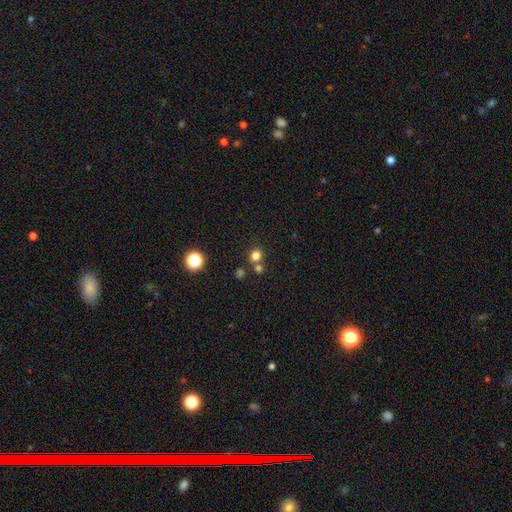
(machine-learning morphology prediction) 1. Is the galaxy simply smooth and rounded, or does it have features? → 76% smooth, 18% star or artifact, 6% featured or disk.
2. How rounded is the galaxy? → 82% round, 17% in between, 1% cigar-shaped.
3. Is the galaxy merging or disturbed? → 67% none, 21% merger, 8% minor disturbance, 3% major disturbance.